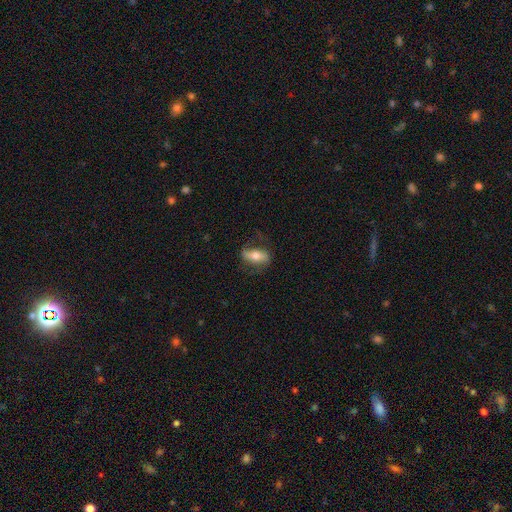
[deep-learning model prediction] smooth-or-featured: smooth: 52% | featured or disk: 41% | star or artifact: 7%
  how-rounded: in between: 74% | cigar-shaped: 20% | round: 5%
  merging: none: 71% | minor disturbance: 19% | major disturbance: 9% | merger: 1%